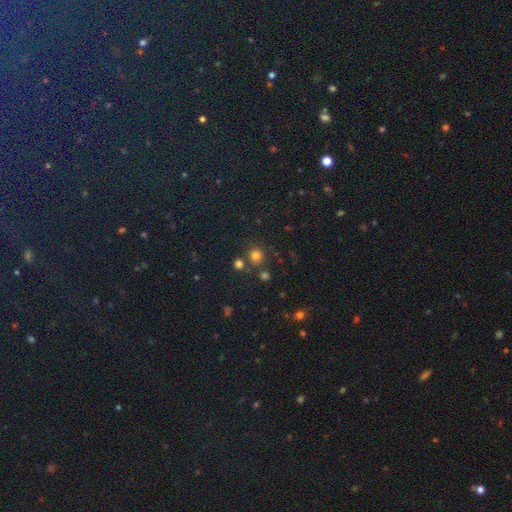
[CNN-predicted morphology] Smooth or featured? smooth (76%)
How rounded? round (87%)
Merging? none (78%)